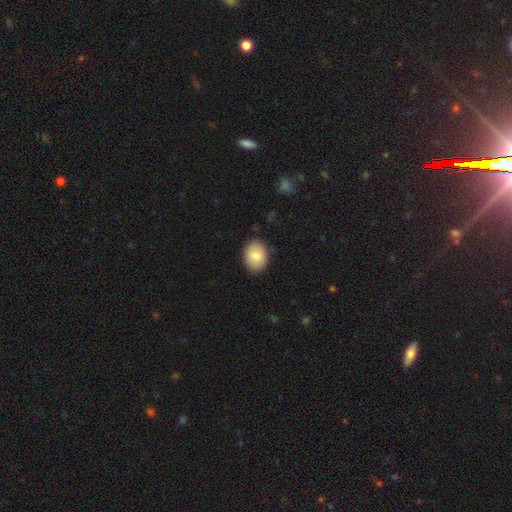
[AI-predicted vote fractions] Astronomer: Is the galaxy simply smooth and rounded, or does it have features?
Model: smooth — 84%.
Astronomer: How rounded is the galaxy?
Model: in between — 63%.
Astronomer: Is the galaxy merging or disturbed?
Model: none — 87%.